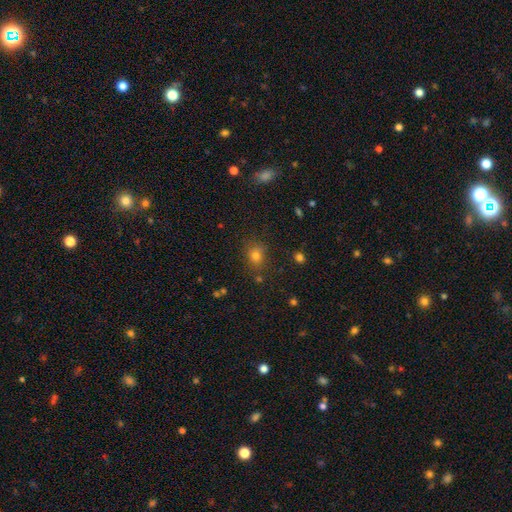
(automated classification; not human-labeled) This is likely a smooth galaxy (73%). How rounded: likely round (65%). Merging: likely none (79%).